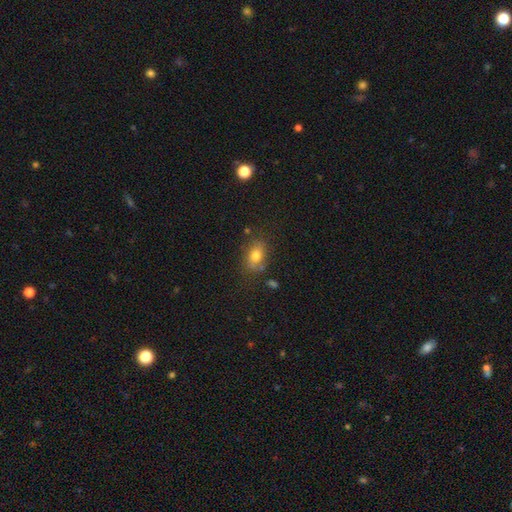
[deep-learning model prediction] A smooth galaxy with no disk features (73%) that is in between round and cigar-shaped (74%).

Vote fractions:
- Smooth or featured? smooth: 73% / featured or disk: 16% / star or artifact: 11%
- How rounded? in between: 74% / round: 24% / cigar-shaped: 2%
- Merging? none: 67% / minor disturbance: 21% / major disturbance: 7% / merger: 5%